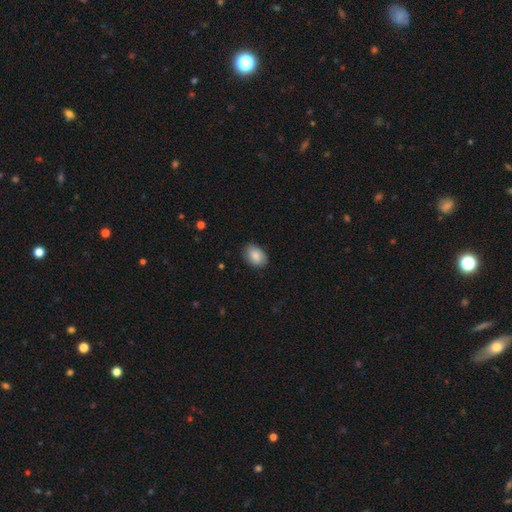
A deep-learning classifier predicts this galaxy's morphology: type=smooth (86%); roundness=in between (76%); merging=none (82%).